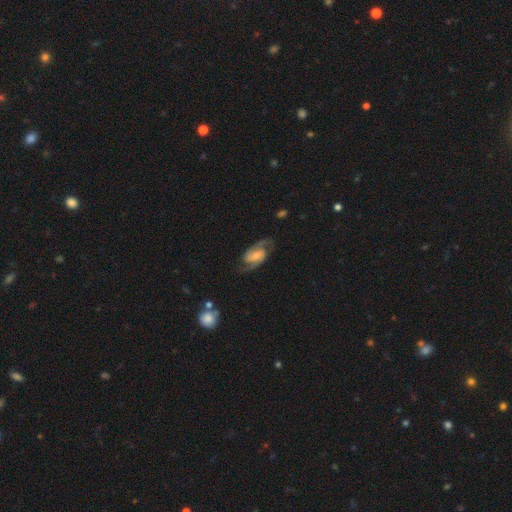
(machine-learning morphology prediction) This appears to be a featured or disk galaxy (84%) with a weak bar (47%), 2 (92%) medium (55%) spiral arms (96%) and a small central bulge (49%). Merging: none (76%).